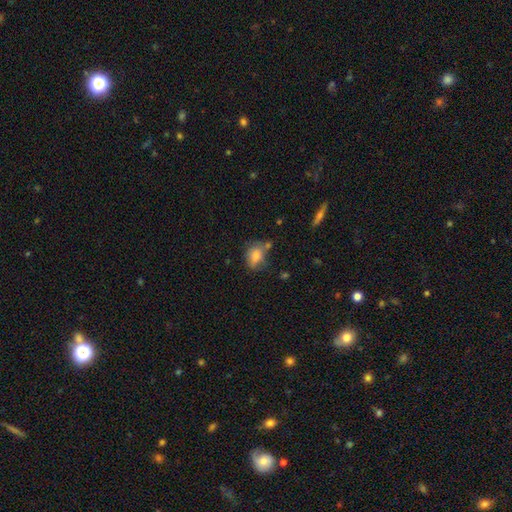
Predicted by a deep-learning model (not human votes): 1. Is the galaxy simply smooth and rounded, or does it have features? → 80% smooth, 11% featured or disk, 9% star or artifact.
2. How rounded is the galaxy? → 68% in between, 31% round, 2% cigar-shaped.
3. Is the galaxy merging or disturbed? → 51% none, 27% minor disturbance, 13% merger, 9% major disturbance.